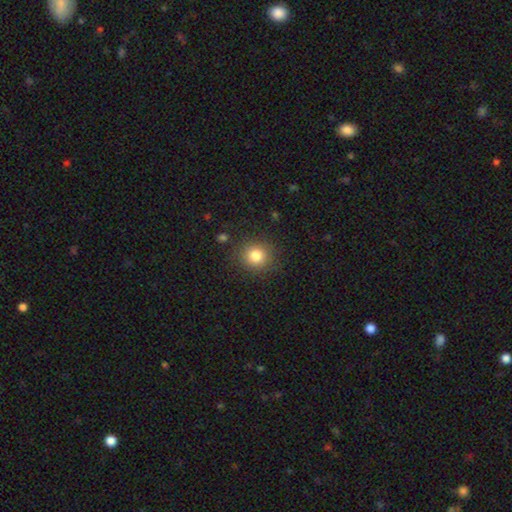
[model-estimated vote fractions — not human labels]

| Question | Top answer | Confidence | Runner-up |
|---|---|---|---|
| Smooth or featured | smooth | 82% | star or artifact (12%) |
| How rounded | round | 89% | in between (10%) |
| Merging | none | 87% | minor disturbance (8%) |